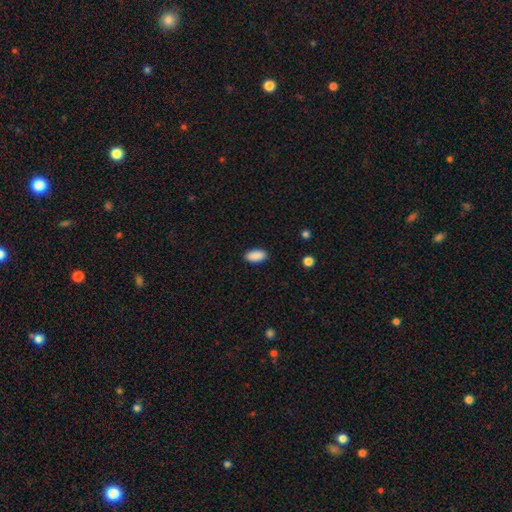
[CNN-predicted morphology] smooth-or-featured: smooth: 90% | star or artifact: 7% | featured or disk: 3%
  how-rounded: in between: 93% | cigar-shaped: 5% | round: 3%
  merging: none: 89% | minor disturbance: 8% | major disturbance: 2% | merger: 1%